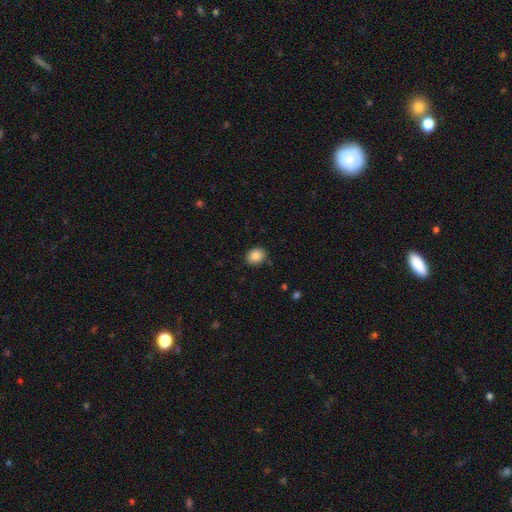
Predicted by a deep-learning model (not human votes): A smooth galaxy with no disk features (87%) that is round (56%).

Vote fractions:
- Smooth or featured? smooth: 87% / star or artifact: 9% / featured or disk: 5%
- How rounded? round: 56% / in between: 43% / cigar-shaped: 1%
- Merging? none: 87% / minor disturbance: 10% / major disturbance: 2% / merger: 1%